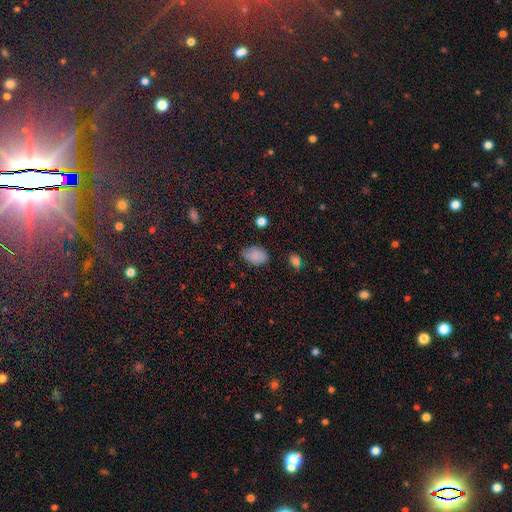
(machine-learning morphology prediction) smooth 83%, star or artifact 10%, featured or disk 7%. Down the decision tree: how rounded — in between (83%); merging — none (69%).